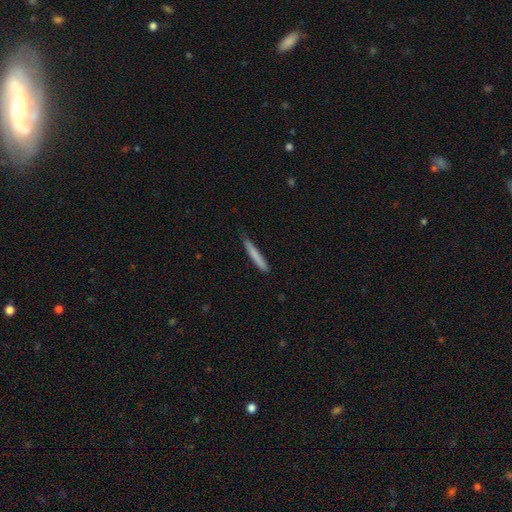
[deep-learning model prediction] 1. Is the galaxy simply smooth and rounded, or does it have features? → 77% smooth, 18% featured or disk, 6% star or artifact.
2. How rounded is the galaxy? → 96% cigar-shaped, 3% in between, 1% round.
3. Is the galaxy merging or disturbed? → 82% none, 14% minor disturbance, 2% major disturbance, 1% merger.